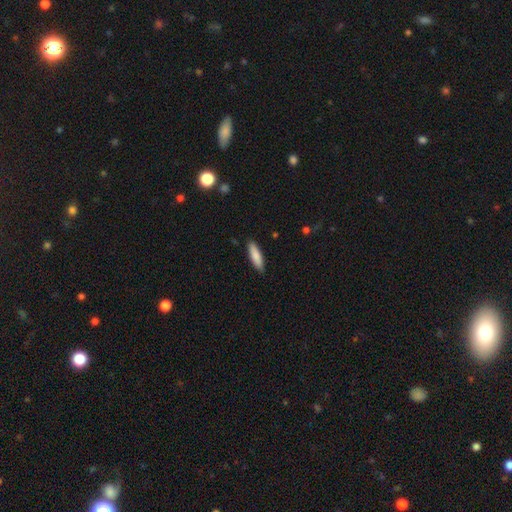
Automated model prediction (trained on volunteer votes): This is clearly a smooth galaxy (85%). How rounded: likely cigar-shaped (64%). Merging: clearly none (88%).